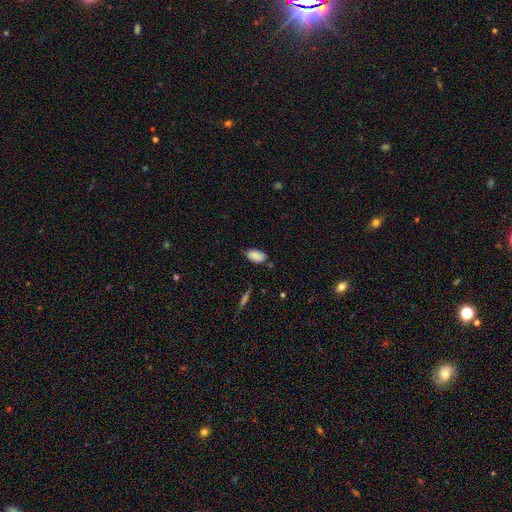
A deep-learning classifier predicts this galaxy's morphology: Smooth or featured: smooth — 86% (star or artifact — 8%)
How rounded: in between — 93% (round — 4%)
Merging: none — 65% (minor disturbance — 28%)